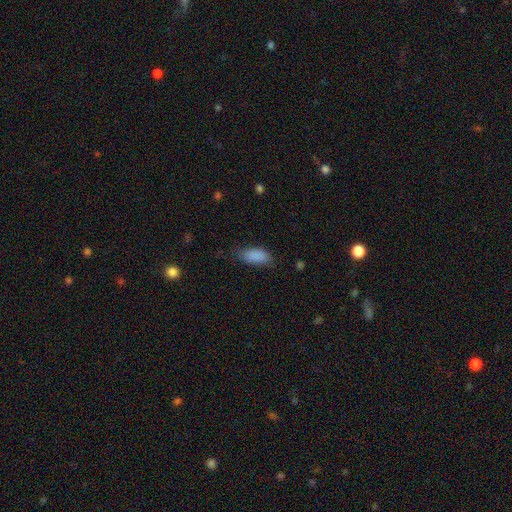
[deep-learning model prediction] Smooth or featured? Predicted: smooth (p=0.88). How rounded? Predicted: in between (p=0.87). Merging? Predicted: none (p=0.72).